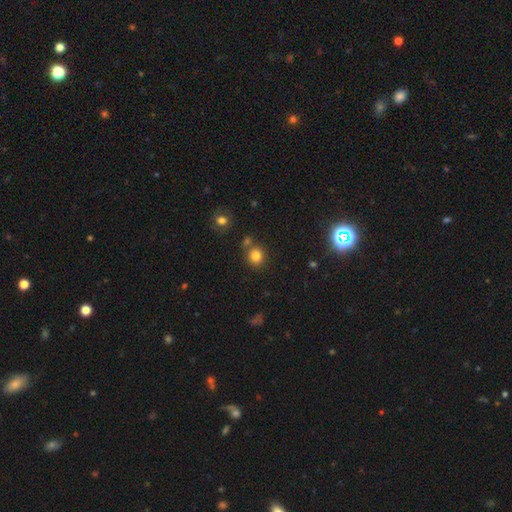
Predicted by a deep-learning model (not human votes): Overall: smooth (81%). How rounded: round (83%). Merging: none (74%).